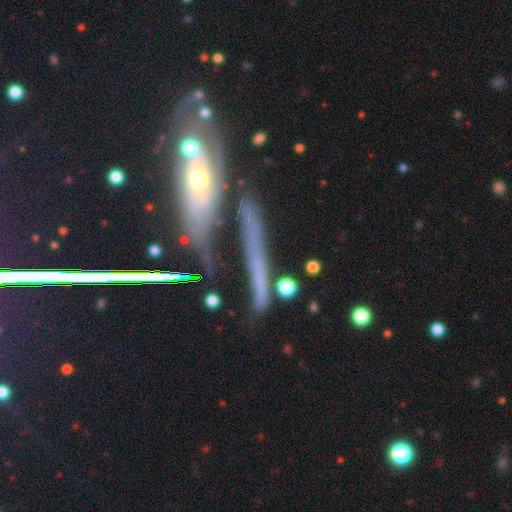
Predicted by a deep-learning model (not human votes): smooth-or-featured: featured or disk: 47% | star or artifact: 33% | smooth: 20%
  merging: none: 65% | minor disturbance: 14% | merger: 12% | major disturbance: 9%